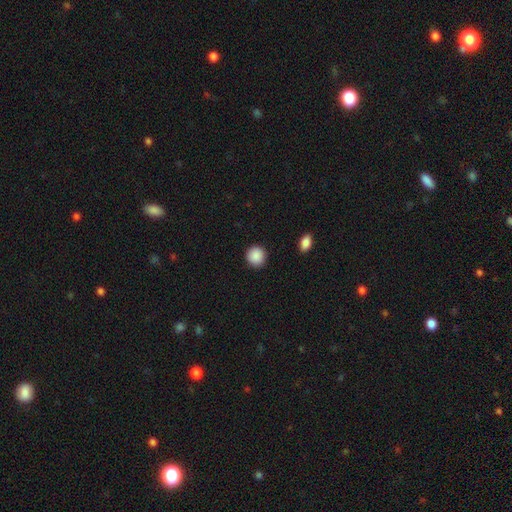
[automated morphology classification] Smooth or featured? smooth (90%)
How rounded? round (93%)
Merging? none (92%)